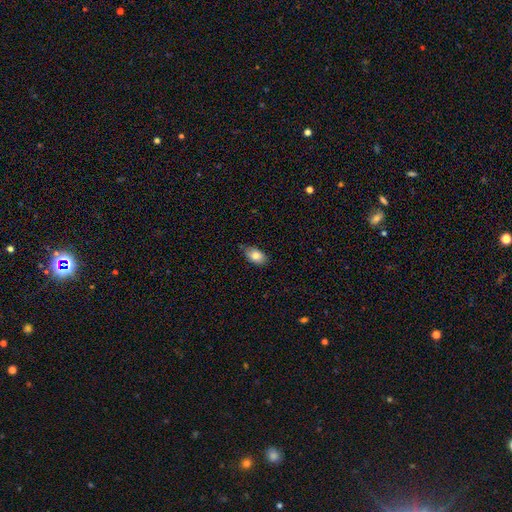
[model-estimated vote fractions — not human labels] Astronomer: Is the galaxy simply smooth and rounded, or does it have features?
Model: smooth — 82%.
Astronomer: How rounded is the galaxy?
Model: in between — 89%.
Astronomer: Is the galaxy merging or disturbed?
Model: none — 73%.